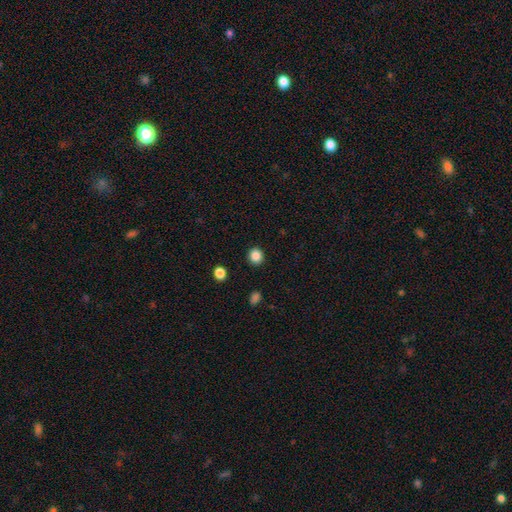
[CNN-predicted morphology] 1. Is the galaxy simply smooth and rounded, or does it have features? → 86% smooth, 11% star or artifact, 3% featured or disk.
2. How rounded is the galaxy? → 85% round, 15% in between, 1% cigar-shaped.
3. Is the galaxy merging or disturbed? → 91% none, 6% minor disturbance, 2% major disturbance, 1% merger.